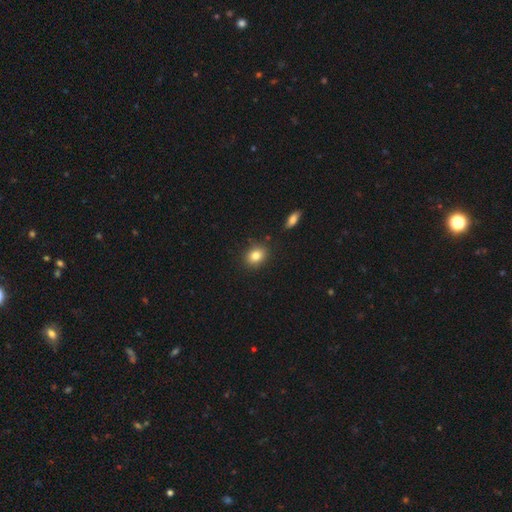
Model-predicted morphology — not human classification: A smooth galaxy with no disk features (83%) that is in between round and cigar-shaped (53%). Merging: none (86%).